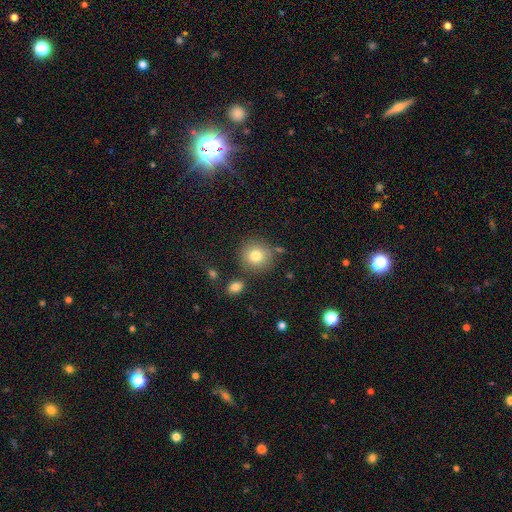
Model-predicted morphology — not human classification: Overall: smooth (79%). How rounded: round (91%). Merging: none (79%).